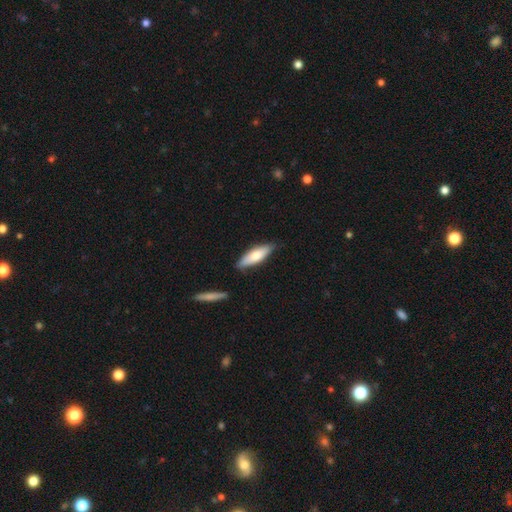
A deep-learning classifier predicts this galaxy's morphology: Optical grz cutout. It shows a smooth galaxy with no disk features (68%) that is in between round and cigar-shaped (51%). Merging: none (79%).